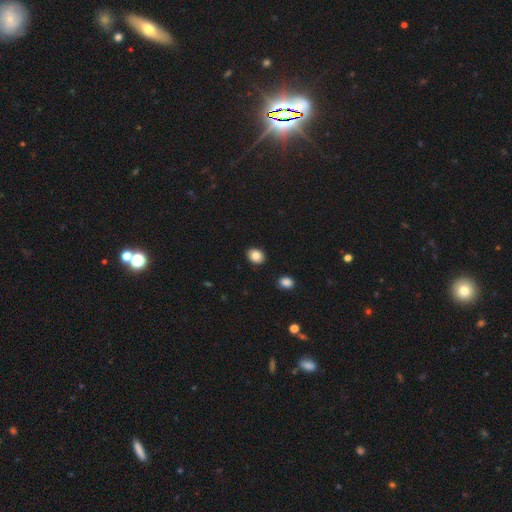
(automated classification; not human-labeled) smooth_or_featured: smooth (p=0.85) [alt: star or artifact p=0.09]
how_rounded: in between (p=0.54) [alt: round p=0.45]
merging: none (p=0.89) [alt: minor disturbance p=0.08]